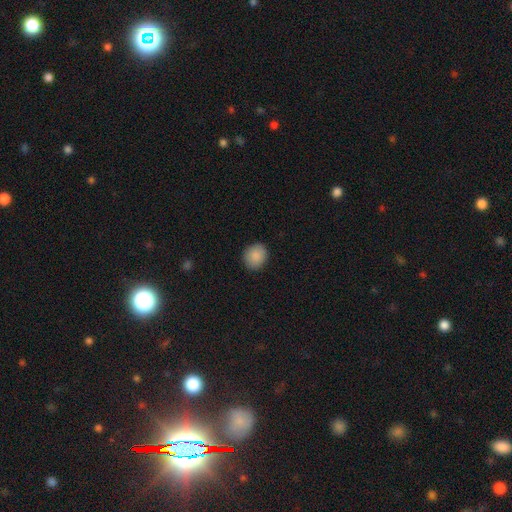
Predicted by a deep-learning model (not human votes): smooth-or-featured: smooth: 89% | star or artifact: 8% | featured or disk: 3%
  how-rounded: round: 72% | in between: 27% | cigar-shaped: 1%
  merging: none: 88% | minor disturbance: 8% | major disturbance: 2% | merger: 1%